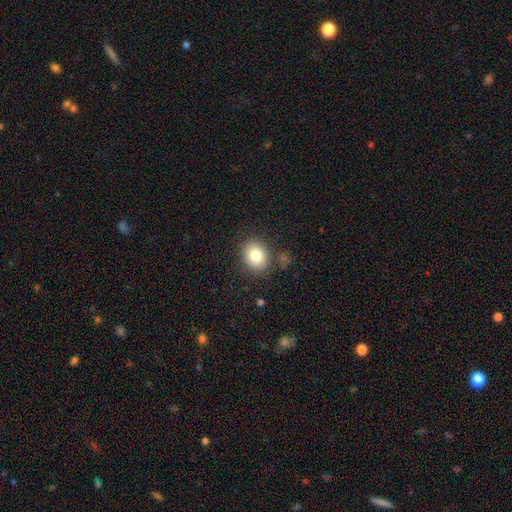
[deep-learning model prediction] Smooth or featured? Predicted: smooth (p=0.81). How rounded? Predicted: round (p=0.61). Merging? Predicted: none (p=0.83).